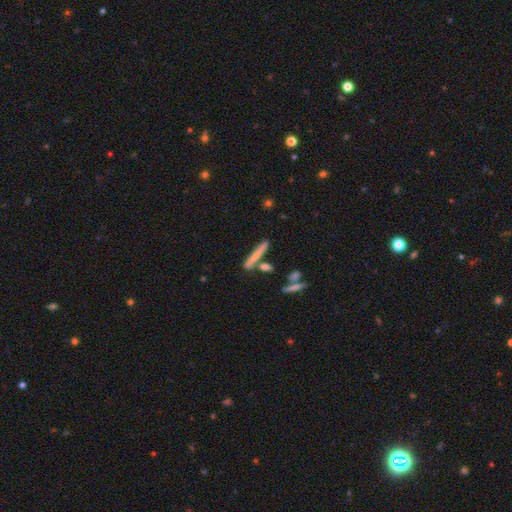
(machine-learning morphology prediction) Smooth or featured?
  - smooth: 62% *
  - featured or disk: 30%
  - star or artifact: 8%
How rounded?
  - cigar-shaped: 92% *
  - in between: 6%
  - round: 2%
Merging?
  - none: 69% *
  - merger: 16%
  - minor disturbance: 12%
  - major disturbance: 4%